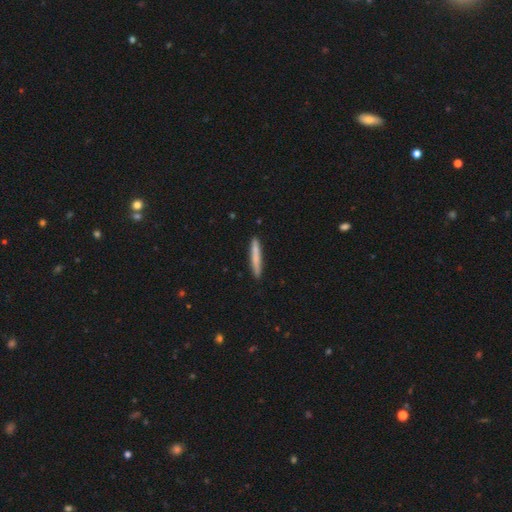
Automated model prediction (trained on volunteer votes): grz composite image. It shows a smooth galaxy with no disk features (75%) that is cigar-shaped (96%). Merging: none (90%).